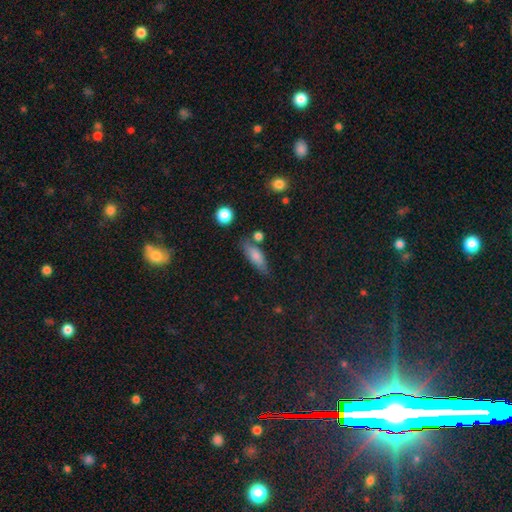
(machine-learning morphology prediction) A smooth galaxy with no disk features (75%) that is in between round and cigar-shaped (60%).

Vote fractions:
- Smooth or featured? smooth: 75% / featured or disk: 17% / star or artifact: 8%
- How rounded? in between: 60% / cigar-shaped: 36% / round: 4%
- Merging? none: 66% / minor disturbance: 20% / merger: 9% / major disturbance: 6%